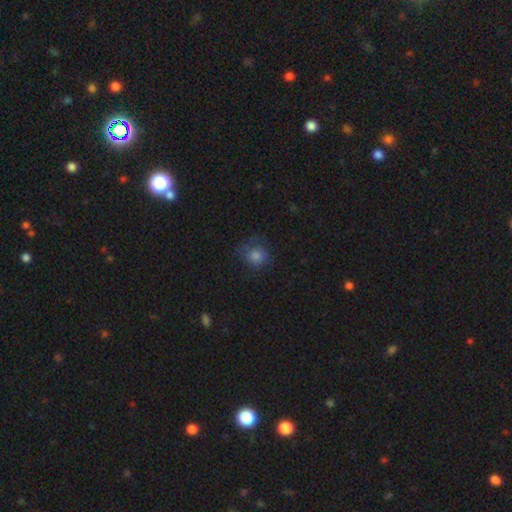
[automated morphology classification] A smooth galaxy with no disk features (73%) that is round (80%). Merging: none (57%).